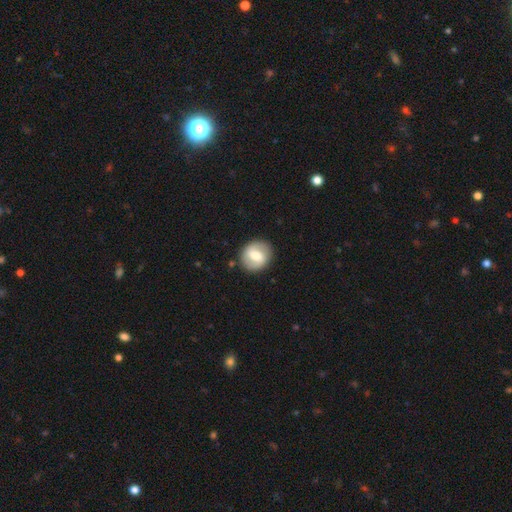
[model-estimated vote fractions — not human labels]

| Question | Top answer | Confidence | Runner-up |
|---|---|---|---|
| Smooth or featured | smooth | 49% | featured or disk (45%) |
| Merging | none | 86% | minor disturbance (10%) |